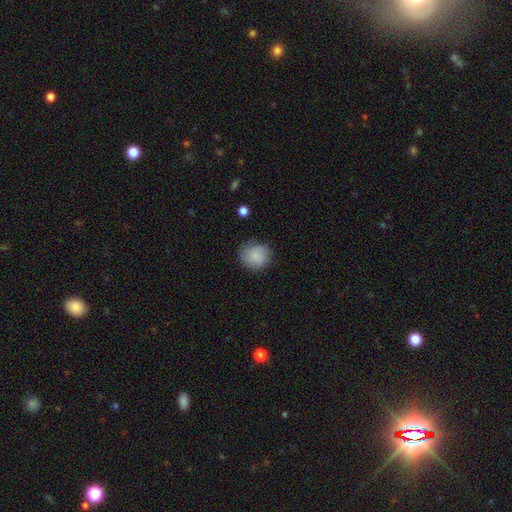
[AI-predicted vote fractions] Smooth or featured: smooth — 85% (star or artifact — 8%)
How rounded: round — 84% (in between — 15%)
Merging: none — 77% (minor disturbance — 17%)